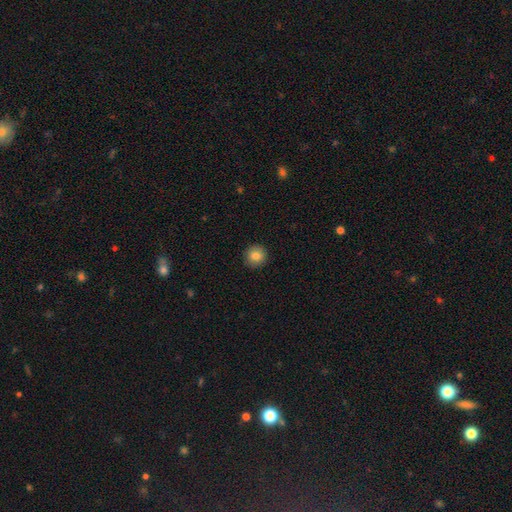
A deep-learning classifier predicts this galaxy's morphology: Q: Smooth or featured?
A: smooth (84%); runner-up: star or artifact (9%)
Q: How rounded?
A: round (95%); runner-up: in between (4%)
Q: Merging?
A: none (92%); runner-up: minor disturbance (5%)